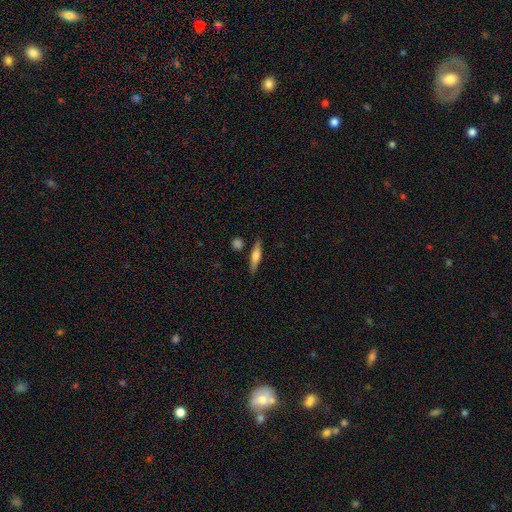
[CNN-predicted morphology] A smooth galaxy with no disk features (49%).

Vote fractions:
- Smooth or featured? smooth: 49% / featured or disk: 45% / star or artifact: 6%
- Merging? none: 84% / minor disturbance: 9% / merger: 4% / major disturbance: 2%